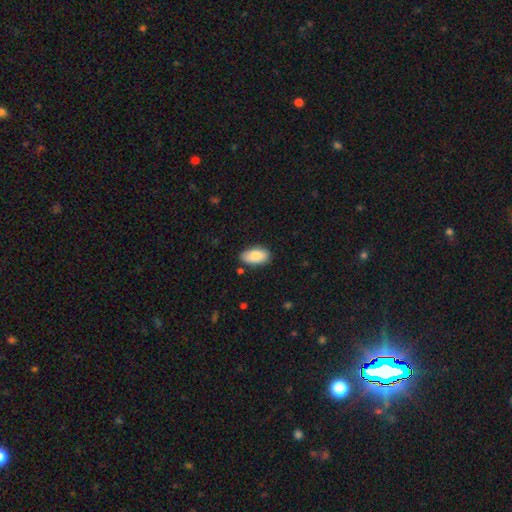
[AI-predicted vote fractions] The model was most divided on "merging": none: 81%, minor disturbance: 15%, major disturbance: 2%, merger: 2%. More confident: how rounded — in between (94%); smooth or featured — smooth (84%).